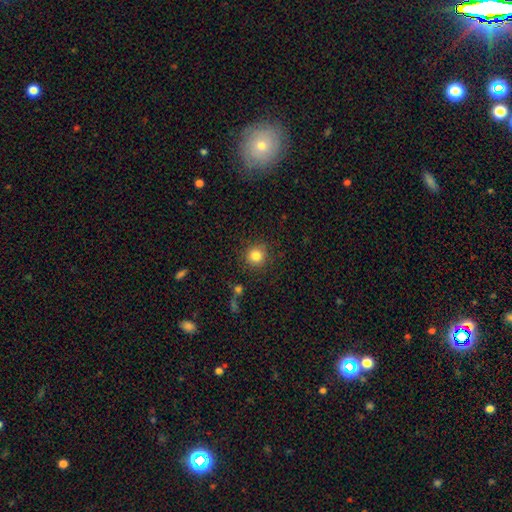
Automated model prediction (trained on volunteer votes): smooth 83%, star or artifact 11%, featured or disk 6%. Down the decision tree: how rounded — round (92%); merging — none (87%).